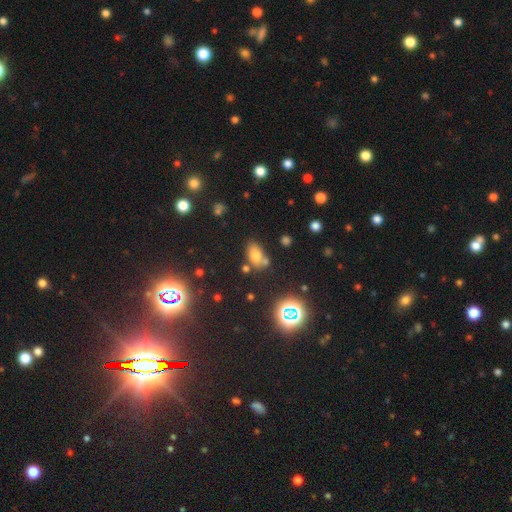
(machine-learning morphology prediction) smooth-or-featured: smooth: 67% | star or artifact: 21% | featured or disk: 12%
  how-rounded: in between: 84% | round: 13% | cigar-shaped: 2%
  merging: none: 60% | merger: 18% | minor disturbance: 16% | major disturbance: 5%